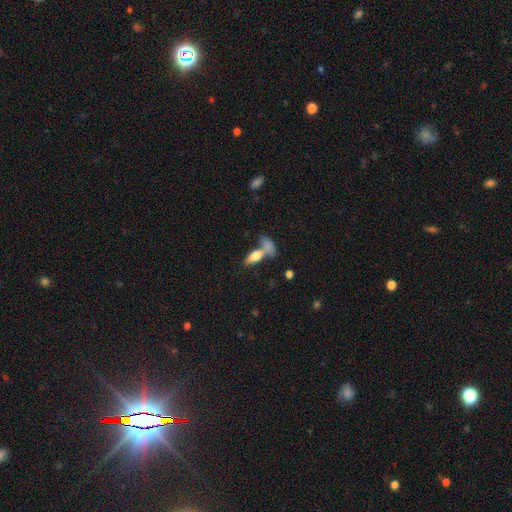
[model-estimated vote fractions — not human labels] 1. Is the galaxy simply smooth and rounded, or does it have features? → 68% smooth, 24% featured or disk, 8% star or artifact.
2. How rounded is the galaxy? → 70% in between, 26% cigar-shaped, 4% round.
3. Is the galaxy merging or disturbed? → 43% merger, 40% none, 11% minor disturbance, 6% major disturbance.